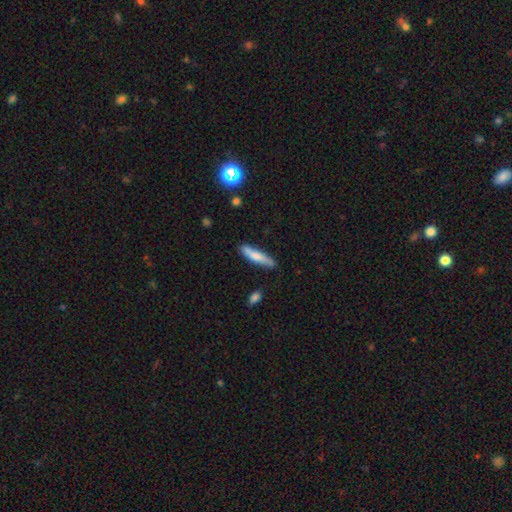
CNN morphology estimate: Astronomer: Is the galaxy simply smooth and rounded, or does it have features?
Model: smooth — 68%.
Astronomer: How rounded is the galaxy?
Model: cigar-shaped — 85%.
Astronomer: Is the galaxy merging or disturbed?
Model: none — 79%.